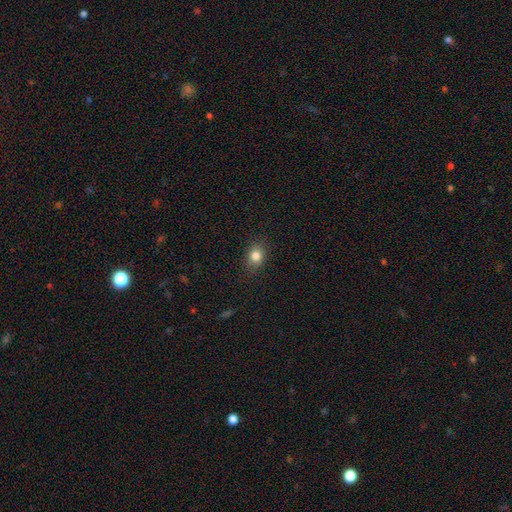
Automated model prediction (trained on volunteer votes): smooth_or_featured: smooth (p=0.82) [alt: star or artifact p=0.11]
how_rounded: round (p=0.50) [alt: in between p=0.49]
merging: none (p=0.86) [alt: minor disturbance p=0.10]